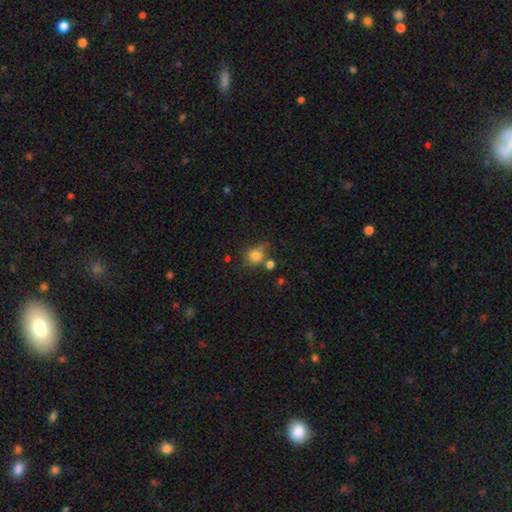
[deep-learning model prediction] Smooth or featured? Predicted: smooth (p=0.81). How rounded? Predicted: round (p=0.74). Merging? Predicted: none (p=0.57).